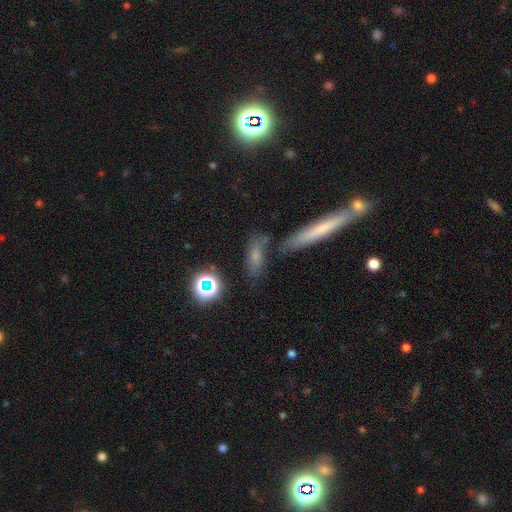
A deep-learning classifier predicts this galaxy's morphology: type=smooth (62%); roundness=cigar-shaped (46%); merging=none (60%).